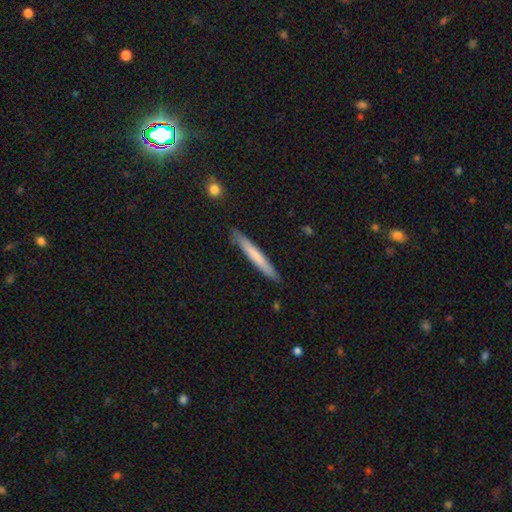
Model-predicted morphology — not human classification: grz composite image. It shows a smooth galaxy with no disk features (67%) that is cigar-shaped (96%). Merging: none (88%).